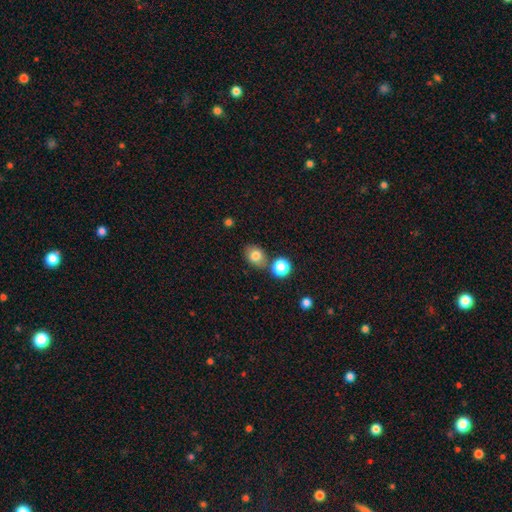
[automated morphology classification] smooth 79%, star or artifact 11%, featured or disk 10%. Down the decision tree: how rounded — in between (56%); merging — none (73%).